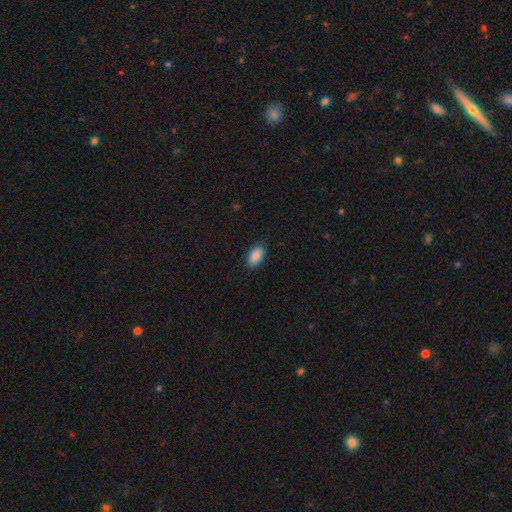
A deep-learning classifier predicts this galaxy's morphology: smooth-or-featured: smooth: 90% | star or artifact: 7% | featured or disk: 4%
  how-rounded: in between: 93% | round: 4% | cigar-shaped: 3%
  merging: none: 85% | minor disturbance: 12% | major disturbance: 2% | merger: 1%